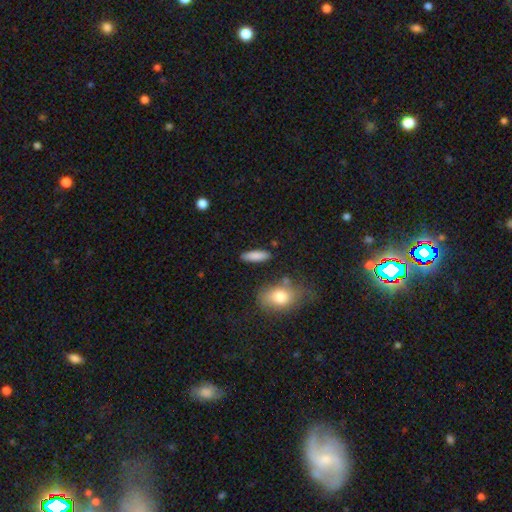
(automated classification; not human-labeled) This is clearly a smooth galaxy (85%). How rounded: possibly cigar-shaped (49%). Merging: clearly none (85%).